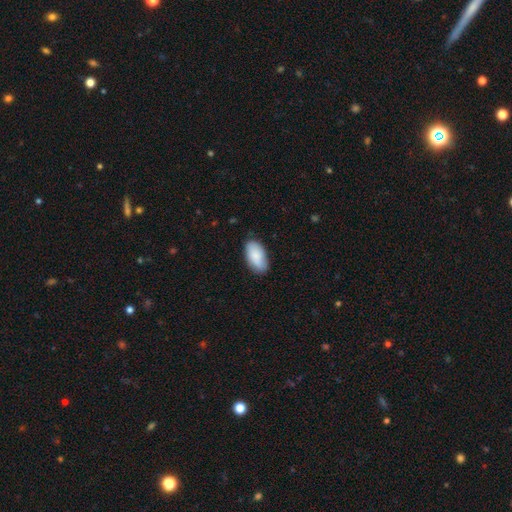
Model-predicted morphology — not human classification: Q: Smooth or featured?
A: smooth (84%); runner-up: featured or disk (10%)
Q: How rounded?
A: in between (95%); runner-up: cigar-shaped (3%)
Q: Merging?
A: none (79%); runner-up: minor disturbance (17%)